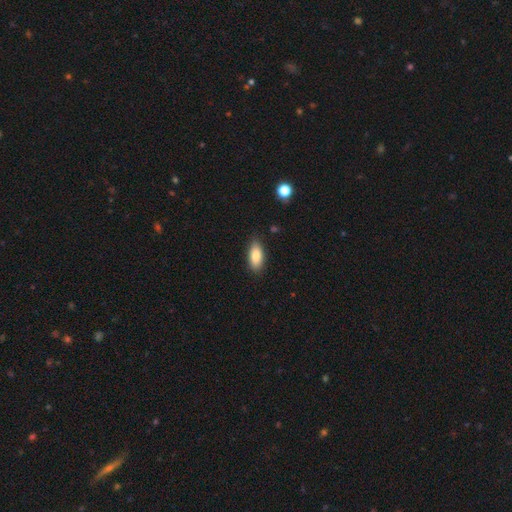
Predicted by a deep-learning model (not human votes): Smooth or featured?
  - smooth: 84% *
  - featured or disk: 9%
  - star or artifact: 7%
How rounded?
  - in between: 85% *
  - cigar-shaped: 12%
  - round: 3%
Merging?
  - none: 84% *
  - minor disturbance: 13%
  - major disturbance: 2%
  - merger: 1%